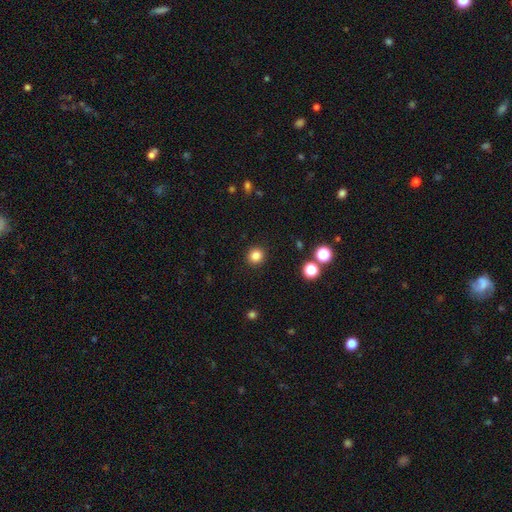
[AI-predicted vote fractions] This is clearly a smooth galaxy (84%). How rounded: clearly round (91%). Merging: clearly none (92%).